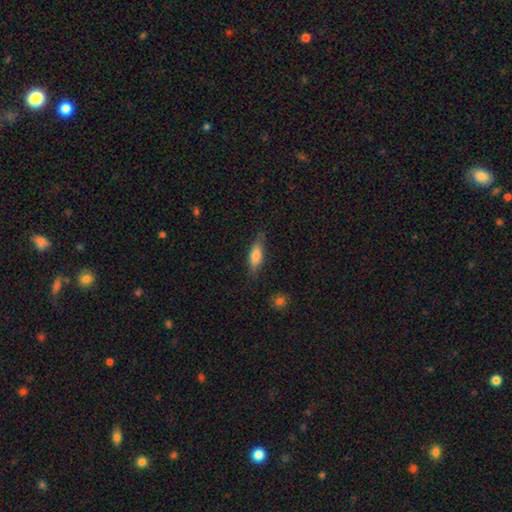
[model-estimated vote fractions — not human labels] Smooth or featured?
  - smooth: 74% *
  - featured or disk: 20%
  - star or artifact: 7%
How rounded?
  - in between: 52% *
  - cigar-shaped: 46%
  - round: 2%
Merging?
  - none: 78% *
  - minor disturbance: 17%
  - major disturbance: 4%
  - merger: 1%